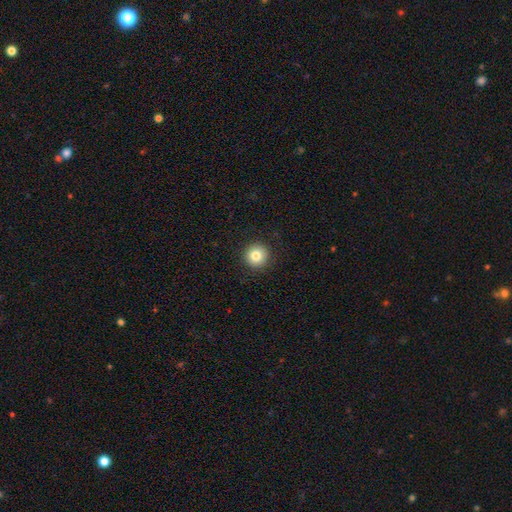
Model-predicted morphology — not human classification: type=smooth (83%); roundness=round (96%); merging=none (92%).